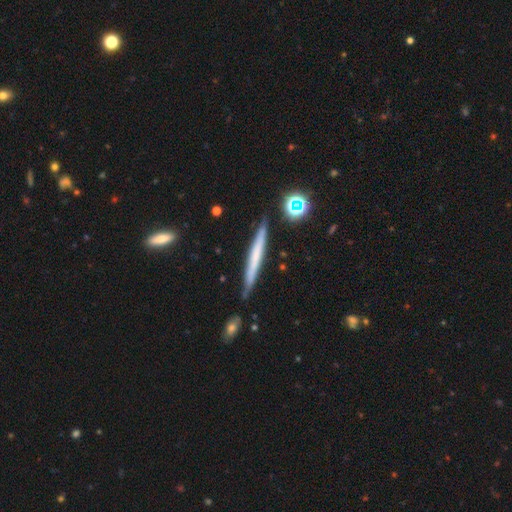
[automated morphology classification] The model was most divided on "smooth or featured": smooth: 48%, featured or disk: 45%, star or artifact: 8%. More confident: merging — none (86%).